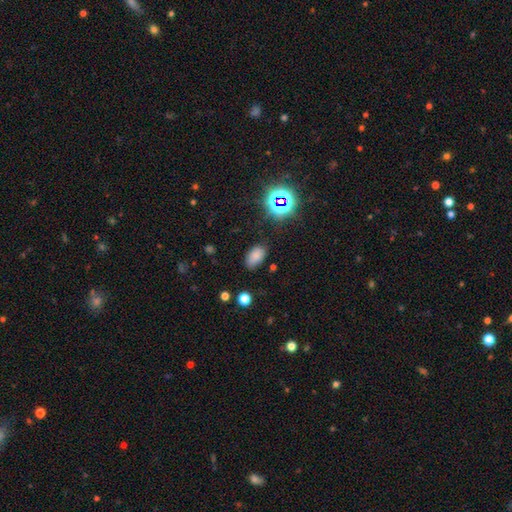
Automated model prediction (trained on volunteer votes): Overall: smooth (75%). How rounded: in between (91%). Merging: none (76%).